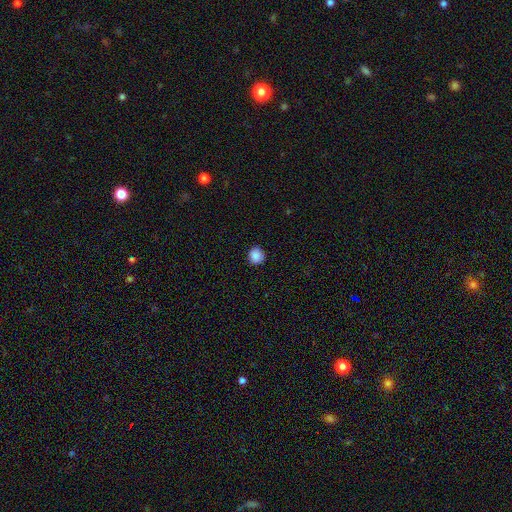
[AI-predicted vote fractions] This is clearly a smooth galaxy (87%). How rounded: clearly round (90%). Merging: clearly none (88%).